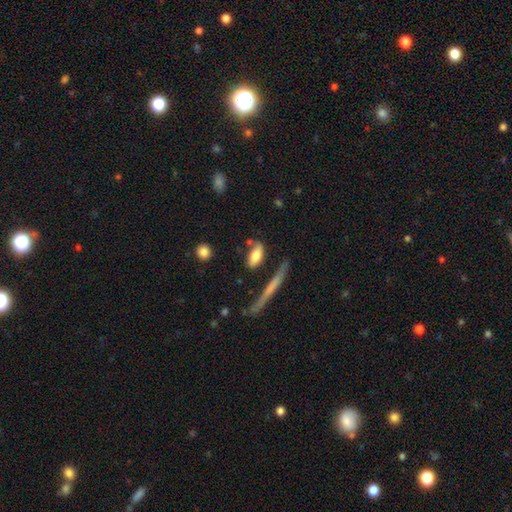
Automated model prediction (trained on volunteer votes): This appears to be a smooth galaxy with no disk features (72%) that is in between round and cigar-shaped (78%). Merging: none (57%).